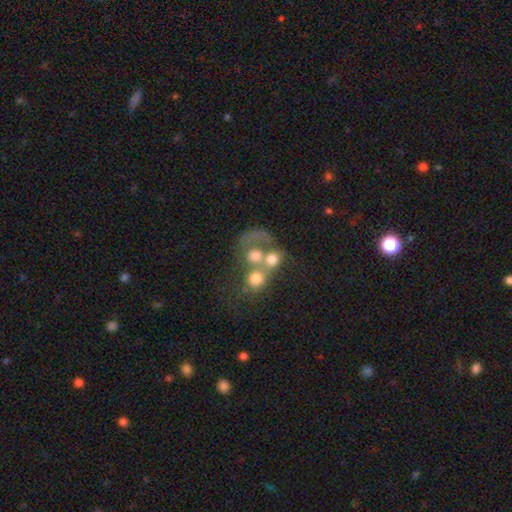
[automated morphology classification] Q: Smooth or featured?
A: smooth (55%); runner-up: featured or disk (31%)
Q: How rounded?
A: round (73%); runner-up: in between (26%)
Q: Merging?
A: merger (59%); runner-up: none (20%)